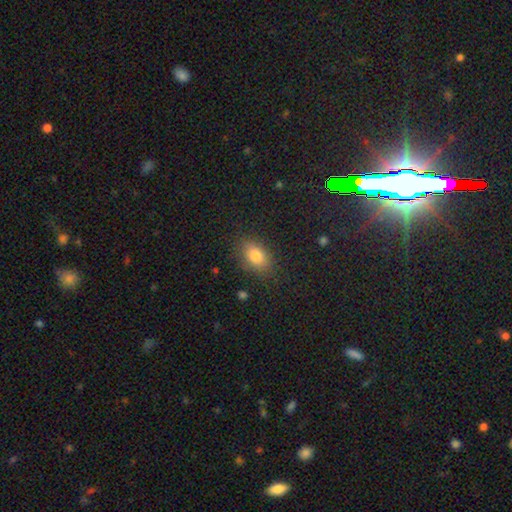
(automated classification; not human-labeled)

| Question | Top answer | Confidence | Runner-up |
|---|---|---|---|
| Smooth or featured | smooth | 82% | star or artifact (10%) |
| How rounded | in between | 84% | round (14%) |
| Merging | none | 84% | minor disturbance (12%) |